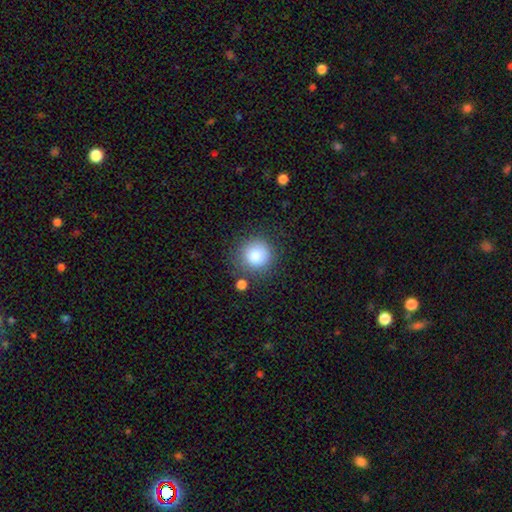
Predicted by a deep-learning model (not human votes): The model was most divided on "merging": none: 79%, minor disturbance: 12%, merger: 5%, major disturbance: 4%. More confident: how rounded — round (93%); smooth or featured — smooth (83%).